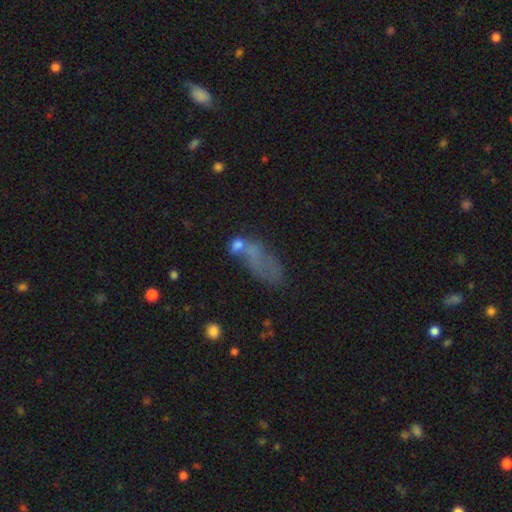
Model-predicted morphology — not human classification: smooth_or_featured: smooth (p=0.57) [alt: featured or disk p=0.27]
how_rounded: in between (p=0.75) [alt: cigar-shaped p=0.17]
merging: major disturbance (p=0.35) [alt: merger p=0.26]